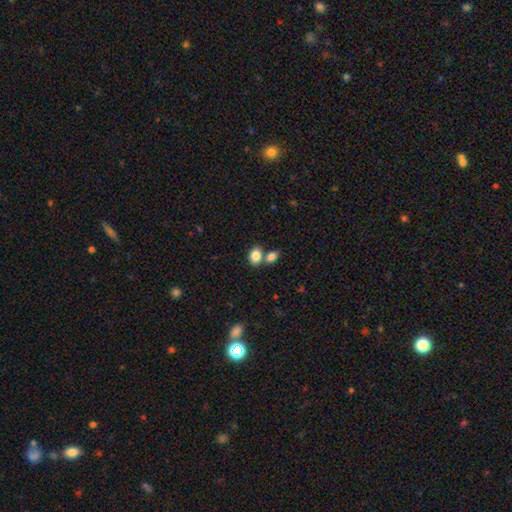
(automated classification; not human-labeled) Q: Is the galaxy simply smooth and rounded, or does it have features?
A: smooth — 85%.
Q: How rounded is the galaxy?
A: in between — 73%.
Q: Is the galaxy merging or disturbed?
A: none — 48%.